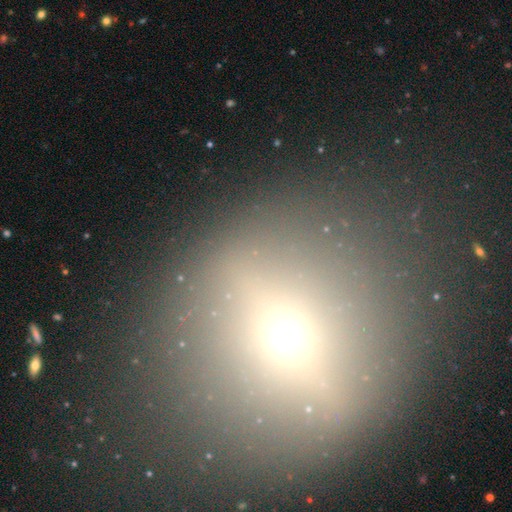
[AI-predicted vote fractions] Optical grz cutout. It shows a smooth galaxy with no disk features (50%) that is round (86%). Merging: none (82%).